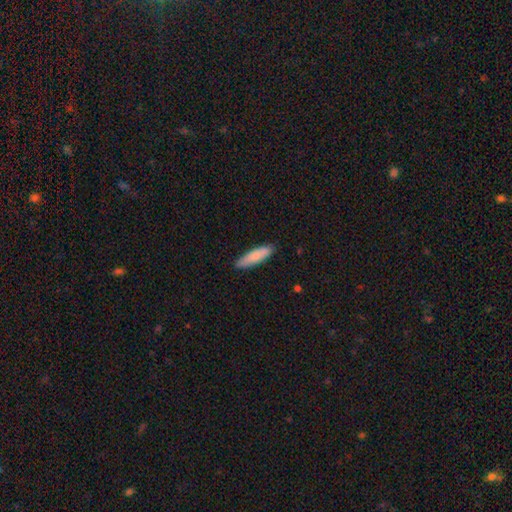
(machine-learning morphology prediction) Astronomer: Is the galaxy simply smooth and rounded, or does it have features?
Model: smooth — 82%.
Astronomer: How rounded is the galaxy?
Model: cigar-shaped — 68%.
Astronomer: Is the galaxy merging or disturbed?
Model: none — 88%.